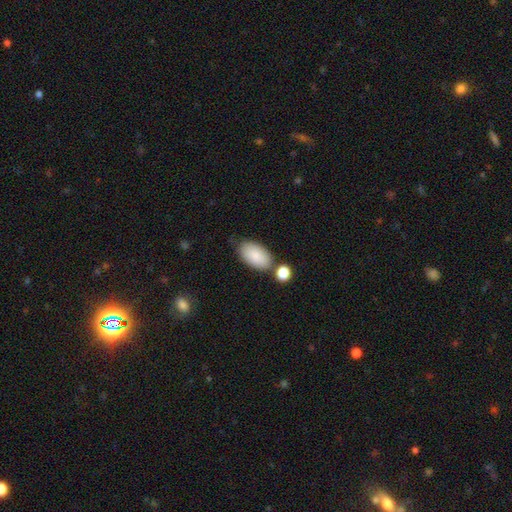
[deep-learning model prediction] Morphology: type=smooth (87%); roundness=in between (95%); merging=none (69%).